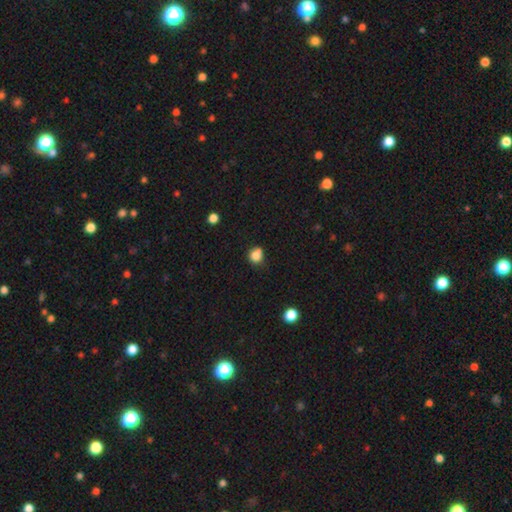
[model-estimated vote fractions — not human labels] This appears to be a smooth galaxy with no disk features (83%) that is round (80%). Merging: none (62%).